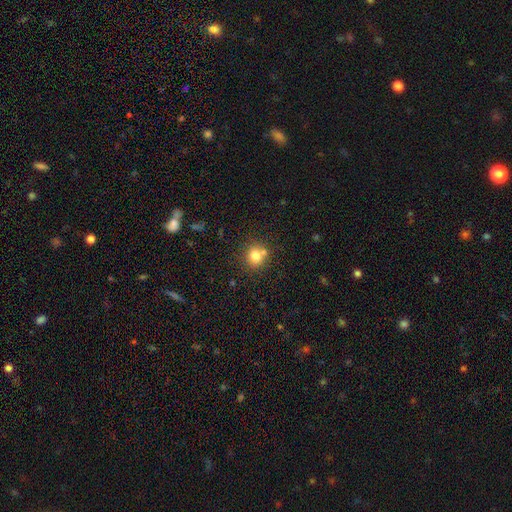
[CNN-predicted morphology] Overall: smooth (77%). How rounded: round (89%). Merging: none (68%).